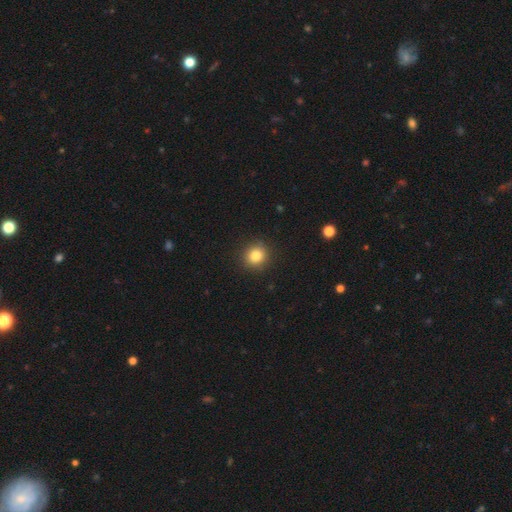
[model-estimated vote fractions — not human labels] A smooth galaxy with no disk features (83%) that is round (87%).

Vote fractions:
- Smooth or featured? smooth: 83% / star or artifact: 11% / featured or disk: 6%
- How rounded? round: 87% / in between: 12% / cigar-shaped: 1%
- Merging? none: 91% / minor disturbance: 6% / major disturbance: 2% / merger: 1%